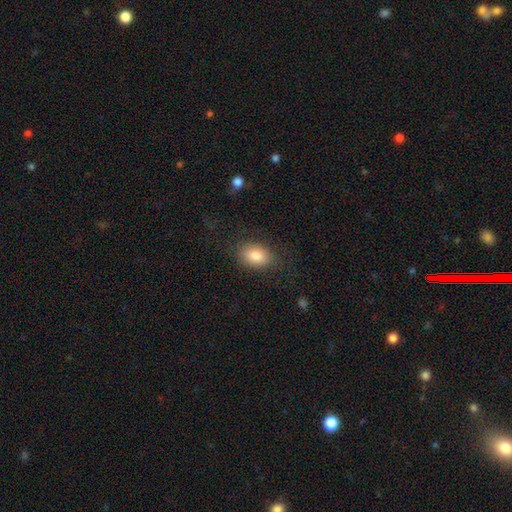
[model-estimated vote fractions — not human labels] smooth_or_featured: smooth (p=0.84) [alt: featured or disk p=0.09]
how_rounded: in between (p=0.84) [alt: round p=0.15]
merging: none (p=0.80) [alt: minor disturbance p=0.13]